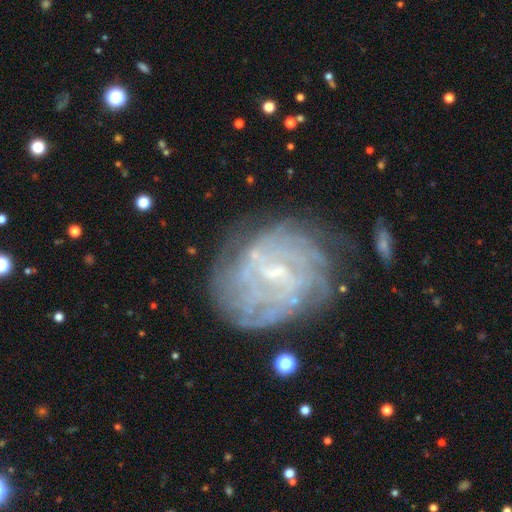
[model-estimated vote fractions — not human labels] Morphology: type=featured or disk (81%); edge-on=no (97%); bar=weak (56%); spiral arms=yes (83%); winding=tight (65%); arm count=can't tell (52%); bulge=small (59%); merging=none (63%).